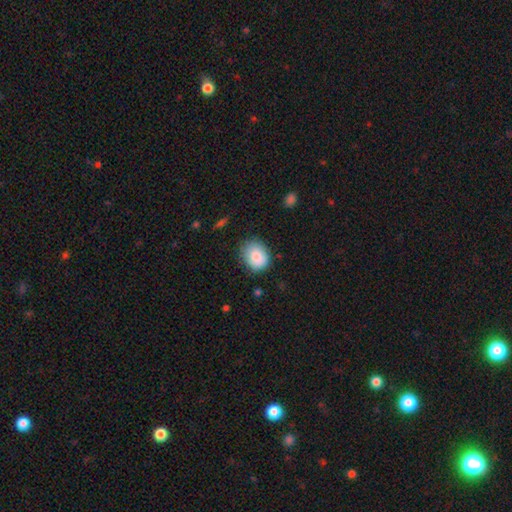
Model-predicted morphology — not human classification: smooth 85%, star or artifact 8%, featured or disk 7%. Down the decision tree: how rounded — round (52%); merging — none (75%).